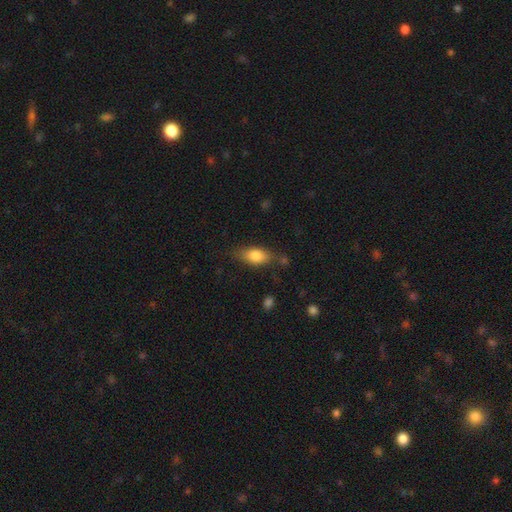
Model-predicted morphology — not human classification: smooth 78%, featured or disk 14%, star or artifact 7%. Down the decision tree: how rounded — in between (83%); merging — none (70%).